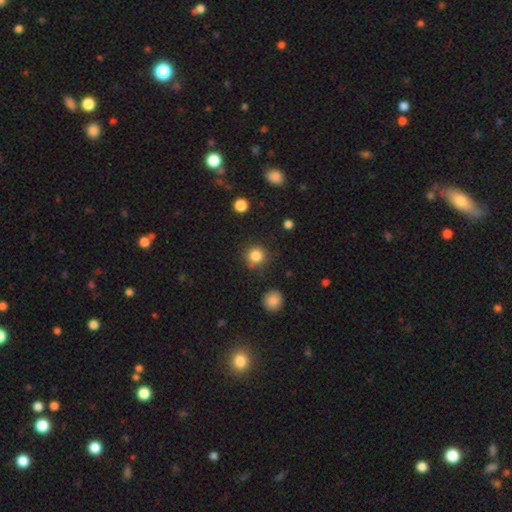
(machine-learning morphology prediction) This is clearly a smooth galaxy (84%). How rounded: clearly round (94%). Merging: clearly none (84%).